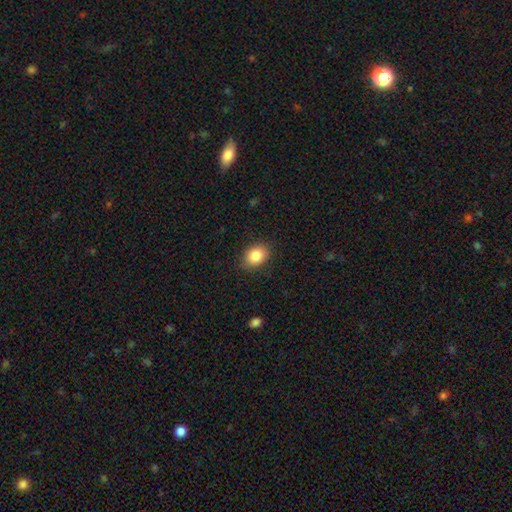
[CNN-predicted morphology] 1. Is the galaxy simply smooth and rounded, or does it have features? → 86% smooth, 8% star or artifact, 6% featured or disk.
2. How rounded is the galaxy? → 66% in between, 32% round, 1% cigar-shaped.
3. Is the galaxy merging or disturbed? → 86% none, 11% minor disturbance, 3% major disturbance, 1% merger.